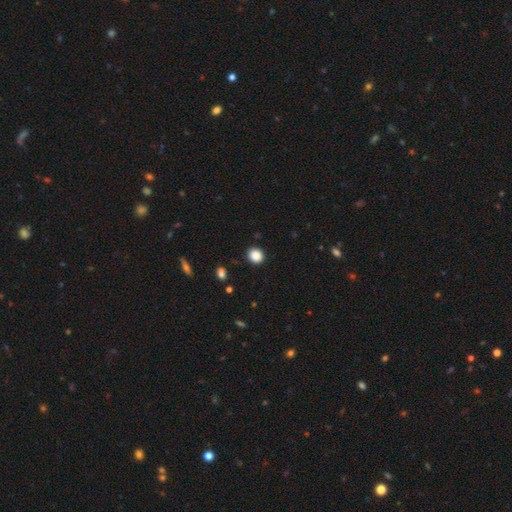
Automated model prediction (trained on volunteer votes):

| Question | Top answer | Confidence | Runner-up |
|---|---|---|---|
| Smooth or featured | smooth | 88% | star or artifact (9%) |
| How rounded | round | 81% | in between (18%) |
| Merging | none | 90% | minor disturbance (7%) |